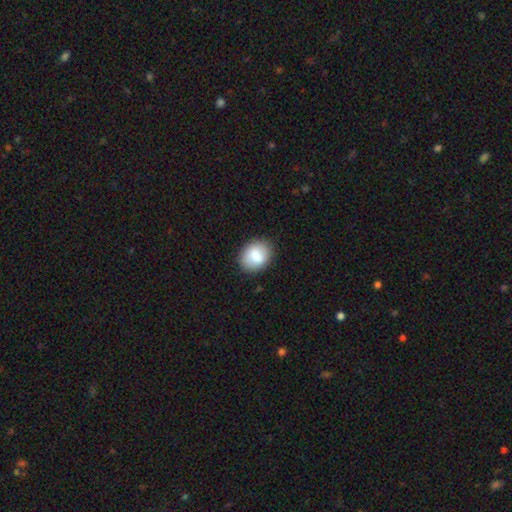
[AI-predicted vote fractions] smooth 84%, featured or disk 9%, star or artifact 7%. Down the decision tree: how rounded — in between (52%); merging — none (84%).